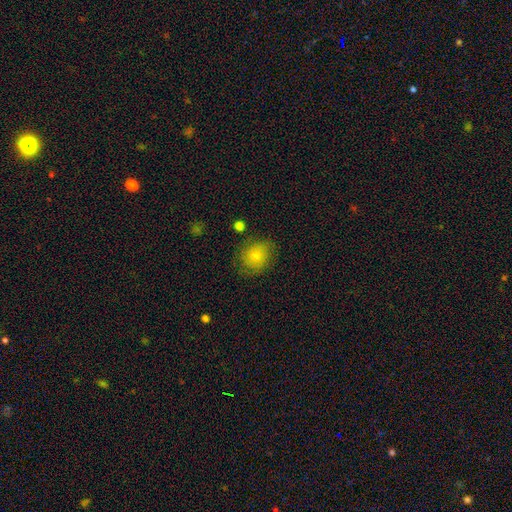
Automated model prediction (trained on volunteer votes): Morphology: type=smooth (72%); roundness=round (69%); merging=none (76%).